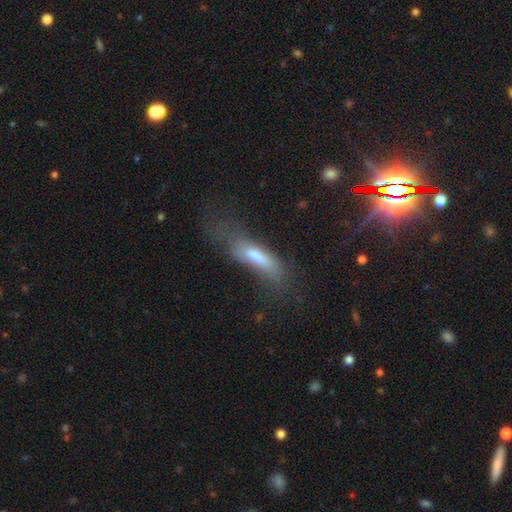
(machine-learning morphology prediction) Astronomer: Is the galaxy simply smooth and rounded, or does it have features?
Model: smooth — 61%.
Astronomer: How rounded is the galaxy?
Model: cigar-shaped — 64%.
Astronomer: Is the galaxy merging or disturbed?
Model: none — 37% (runner-up: major disturbance, 35%).